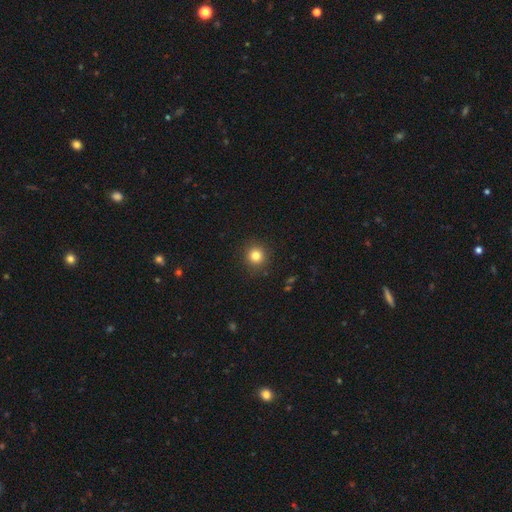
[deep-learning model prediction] smooth 82%, star or artifact 13%, featured or disk 6%. Down the decision tree: how rounded — round (92%); merging — none (90%).